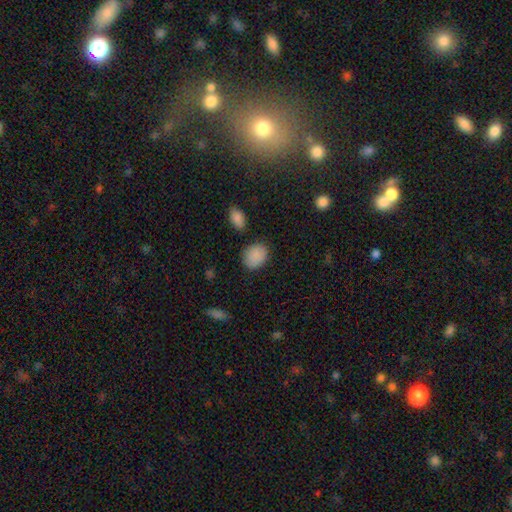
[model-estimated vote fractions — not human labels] This is clearly a smooth galaxy (88%). How rounded: possibly in between (57%). Merging: clearly none (81%).